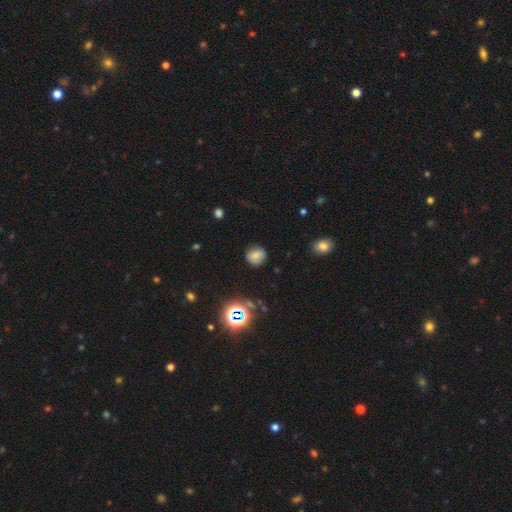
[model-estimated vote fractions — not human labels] Morphology: type=smooth (73%); roundness=round (84%); merging=none (83%).